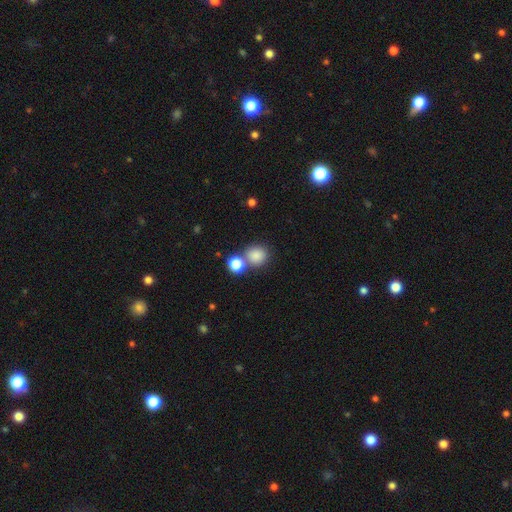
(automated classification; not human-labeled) Overall: smooth (84%). How rounded: round (85%). Merging: none (63%; merger 24%).